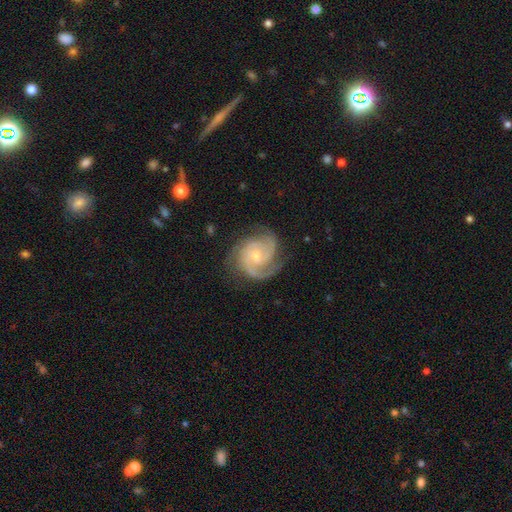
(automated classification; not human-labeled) Smooth or featured?
  - featured or disk: 91% *
  - smooth: 5%
  - star or artifact: 4%
Edge-on disk?
  - no: 98% *
  - yes: 2%
Bar?
  - no: 67% *
  - weak: 28%
  - strong: 5%
Spiral arms?
  - yes: 98% *
  - no: 2%
Spiral winding?
  - tight: 55% *
  - medium: 39%
  - loose: 6%
Spiral arm count?
  - 3: 44% *
  - 2: 32%
  - can't tell: 9%
  - 4: 5%
  - 1: 5%
  - more than 4: 4%
Bulge size?
  - small: 61% *
  - moderate: 35%
  - none: 2%
  - large: 1%
  - dominant: 1%
Merging?
  - none: 74% *
  - minor disturbance: 18%
  - major disturbance: 7%
  - merger: 1%